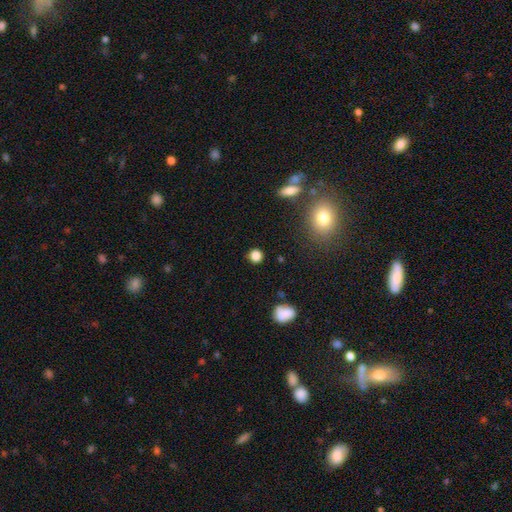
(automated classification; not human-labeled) Smooth or featured? smooth (82%)
How rounded? round (86%)
Merging? none (85%)